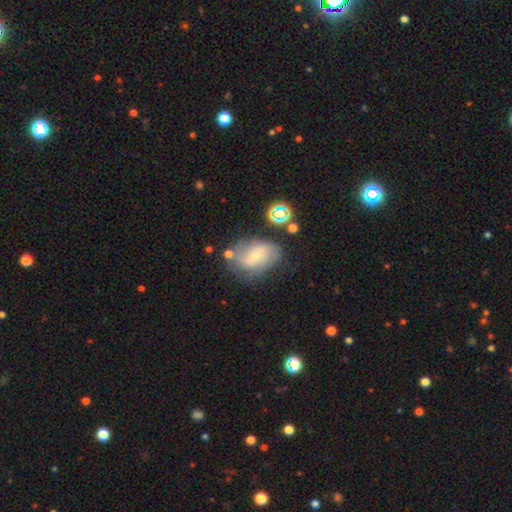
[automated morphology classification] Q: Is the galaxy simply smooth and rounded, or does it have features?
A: featured or disk — 51%.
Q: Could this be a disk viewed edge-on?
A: no — 95%.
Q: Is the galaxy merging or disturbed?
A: none — 53%.